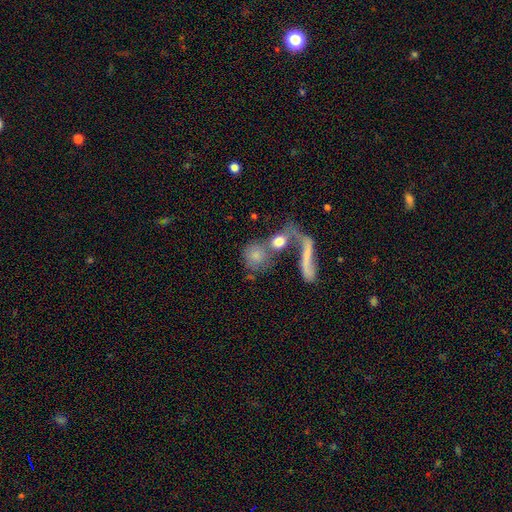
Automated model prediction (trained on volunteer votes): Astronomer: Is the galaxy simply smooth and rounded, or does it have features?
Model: smooth — 69%.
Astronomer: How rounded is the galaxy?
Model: round — 70%.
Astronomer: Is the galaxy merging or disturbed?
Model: merger — 48% (runner-up: none, 30%).